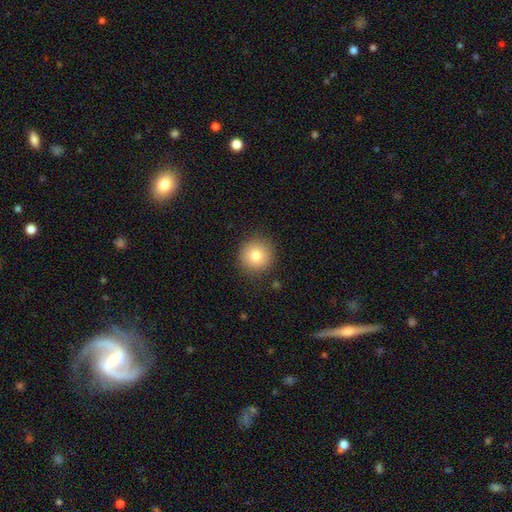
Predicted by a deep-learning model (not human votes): smooth_or_featured: smooth (p=0.80) [alt: star or artifact p=0.10]
how_rounded: round (p=0.94) [alt: in between p=0.05]
merging: none (p=0.88) [alt: minor disturbance p=0.08]